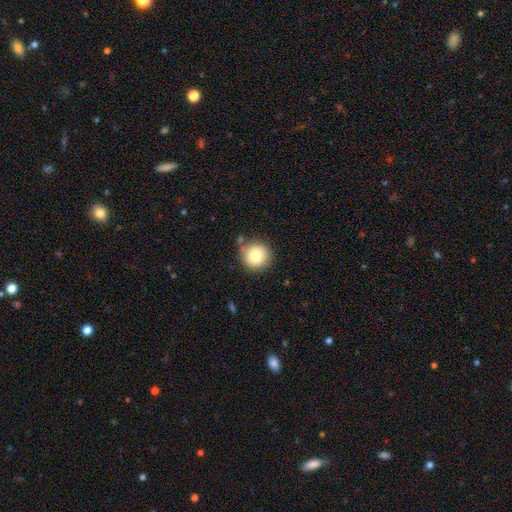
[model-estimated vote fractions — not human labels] Smooth or featured?
  - smooth: 82% *
  - featured or disk: 9%
  - star or artifact: 9%
How rounded?
  - round: 94% *
  - in between: 5%
  - cigar-shaped: 1%
Merging?
  - none: 79% *
  - minor disturbance: 12%
  - merger: 6%
  - major disturbance: 3%